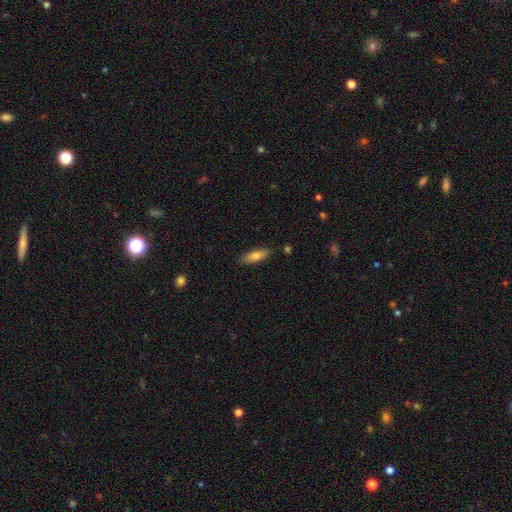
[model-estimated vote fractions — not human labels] Q: Smooth or featured?
A: smooth (74%); runner-up: featured or disk (19%)
Q: How rounded?
A: in between (51%); runner-up: cigar-shaped (47%)
Q: Merging?
A: none (84%); runner-up: minor disturbance (11%)